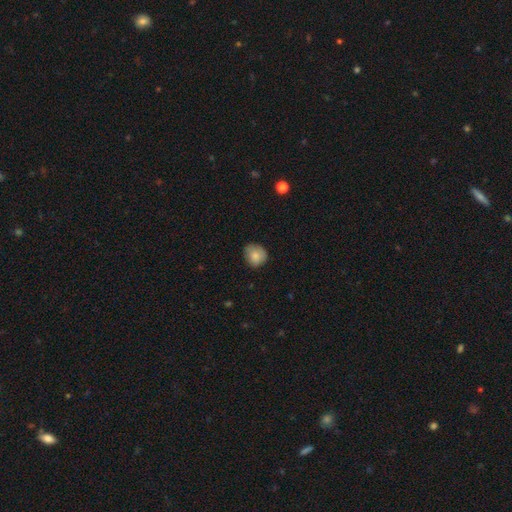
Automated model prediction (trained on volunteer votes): smooth_or_featured: smooth (p=0.82) [alt: featured or disk p=0.10]
how_rounded: round (p=0.80) [alt: in between p=0.19]
merging: none (p=0.72) [alt: minor disturbance p=0.23]